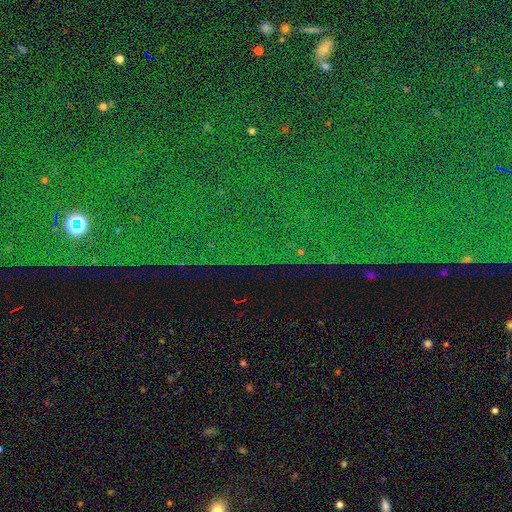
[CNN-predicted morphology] This appears to be a star or artifact, not a galaxy (84%).